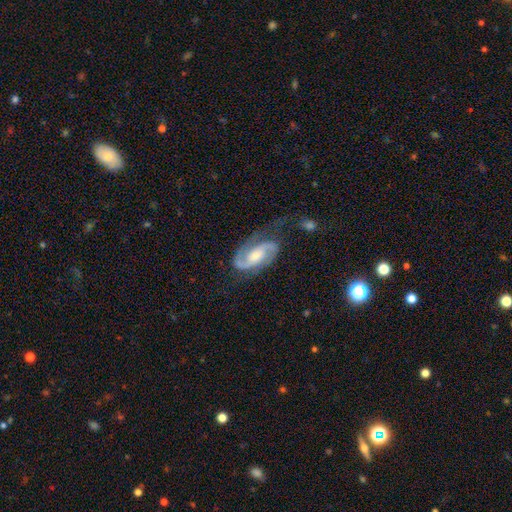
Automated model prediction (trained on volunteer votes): smooth_or_featured: featured or disk (p=0.88) [alt: smooth p=0.07]
disk_edge_on: no (p=0.97) [alt: yes p=0.03]
bar: no (p=0.43) [alt: weak p=0.42]
has_spiral_arms: yes (p=0.97) [alt: no p=0.03]
spiral_winding: medium (p=0.51) [alt: loose p=0.26]
spiral_arm_count: 2 (p=0.90) [alt: 1 p=0.04]
bulge_size: moderate (p=0.58) [alt: small p=0.28]
merging: none (p=0.57) [alt: minor disturbance p=0.23]